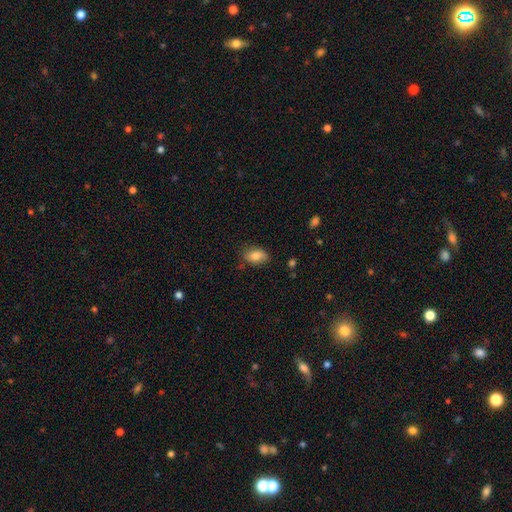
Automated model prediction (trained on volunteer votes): Smooth or featured? Predicted: smooth (p=0.82). How rounded? Predicted: in between (p=0.88). Merging? Predicted: none (p=0.78).